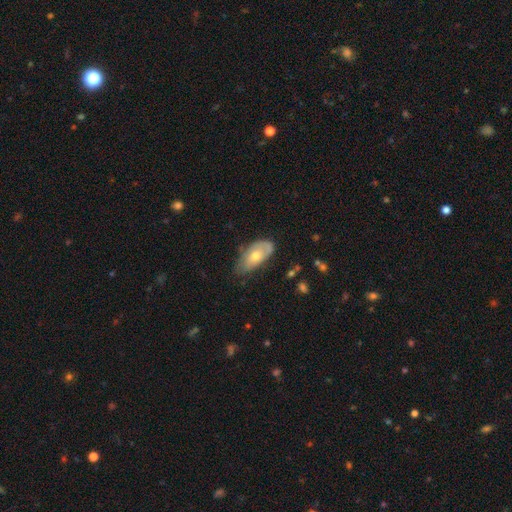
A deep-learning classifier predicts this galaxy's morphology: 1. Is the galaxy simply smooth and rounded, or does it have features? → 57% smooth, 36% featured or disk, 6% star or artifact.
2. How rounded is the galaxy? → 90% in between, 6% cigar-shaped, 4% round.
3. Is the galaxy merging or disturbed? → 51% none, 37% minor disturbance, 9% major disturbance, 3% merger.